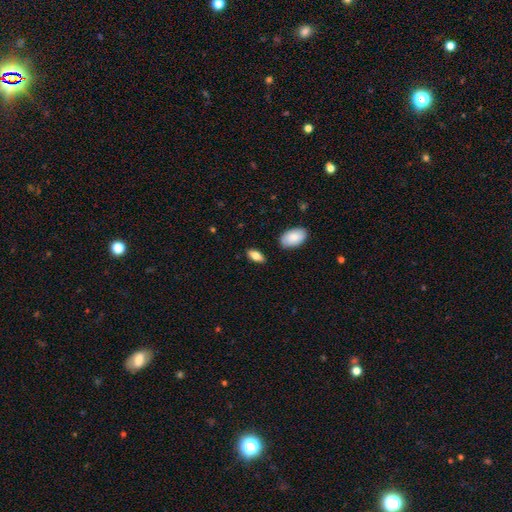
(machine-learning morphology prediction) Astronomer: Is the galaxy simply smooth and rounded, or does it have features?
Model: smooth — 81%.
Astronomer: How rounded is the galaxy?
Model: in between — 89%.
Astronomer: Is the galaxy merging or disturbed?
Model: none — 84%.